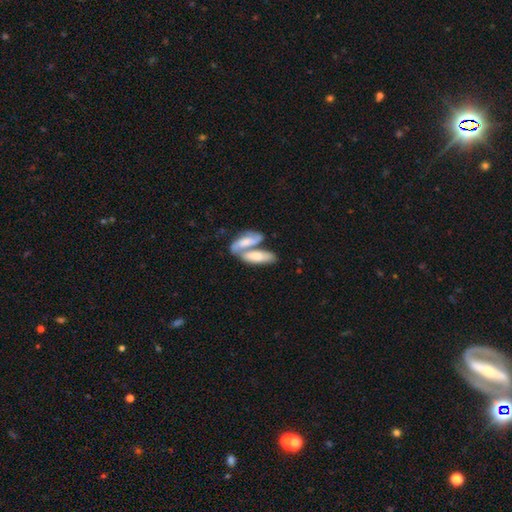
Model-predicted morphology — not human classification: smooth_or_featured: smooth (p=0.49) [alt: featured or disk p=0.43]
merging: merger (p=0.65) [alt: none p=0.22]